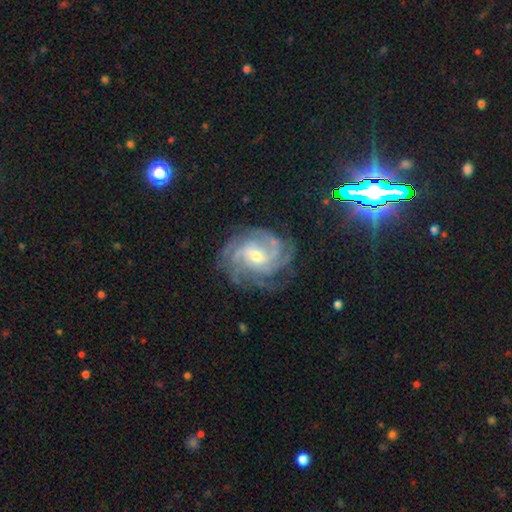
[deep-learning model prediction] This is clearly a featured or disk galaxy (89%). It is clearly not viewed edge-on (98%). Bar: marginally weak (45%). Spiral arm pattern: clearly yes (98%). Spiral arm count: marginally 4 (30%). Spiral winding: likely tight (62%). Central bulge: possibly small (52%). Merging: likely none (76%).